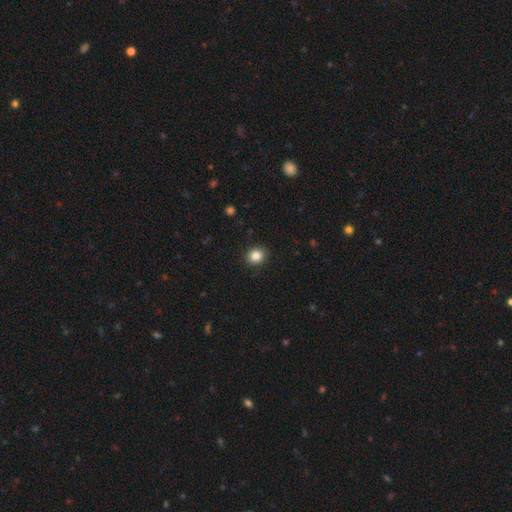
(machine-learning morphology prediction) This is clearly a smooth galaxy (85%). How rounded: likely round (72%). Merging: clearly none (91%).